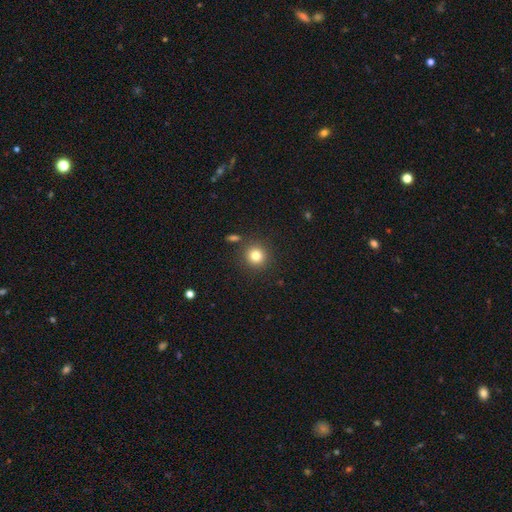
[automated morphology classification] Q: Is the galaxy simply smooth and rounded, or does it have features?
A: smooth — 81%.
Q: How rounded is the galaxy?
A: round — 92%.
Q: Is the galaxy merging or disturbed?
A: none — 87%.